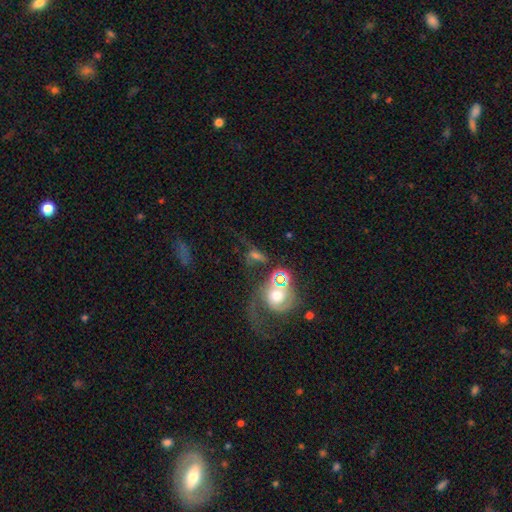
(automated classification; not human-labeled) smooth_or_featured: featured or disk (p=0.45) [alt: smooth p=0.35]
merging: none (p=0.32) [alt: major disturbance p=0.28]